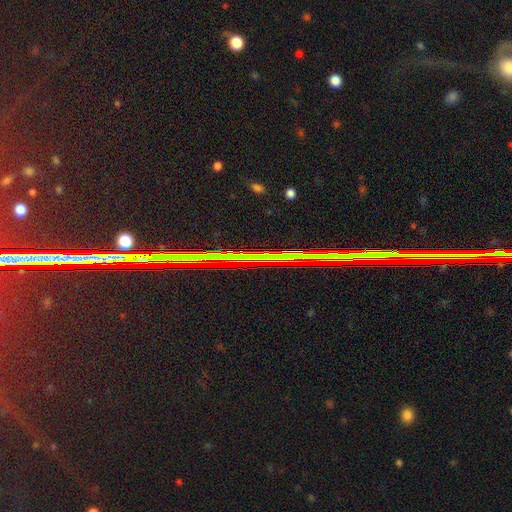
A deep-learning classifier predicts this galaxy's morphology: Q: Smooth or featured?
A: star or artifact (84%); runner-up: featured or disk (10%)